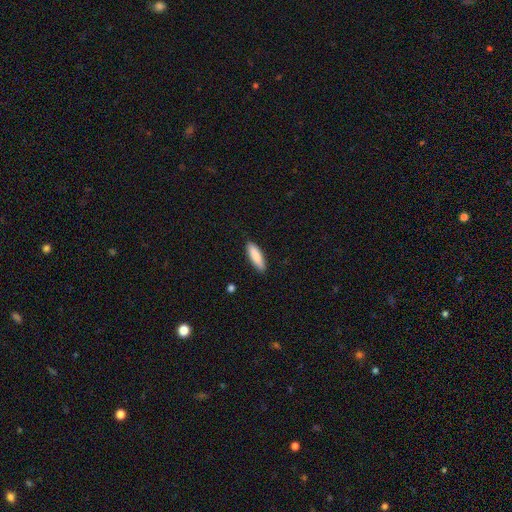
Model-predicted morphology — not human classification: smooth_or_featured: smooth (p=0.87) [alt: featured or disk p=0.08]
how_rounded: cigar-shaped (p=0.56) [alt: in between p=0.42]
merging: none (p=0.89) [alt: minor disturbance p=0.08]